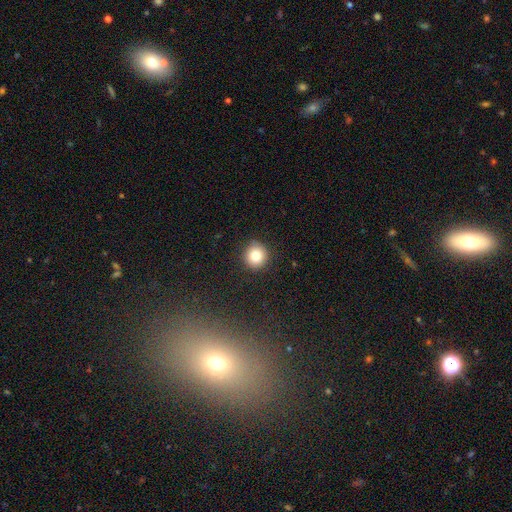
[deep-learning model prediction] Q: Smooth or featured?
A: smooth (82%); runner-up: star or artifact (11%)
Q: How rounded?
A: round (92%); runner-up: in between (7%)
Q: Merging?
A: none (90%); runner-up: minor disturbance (6%)